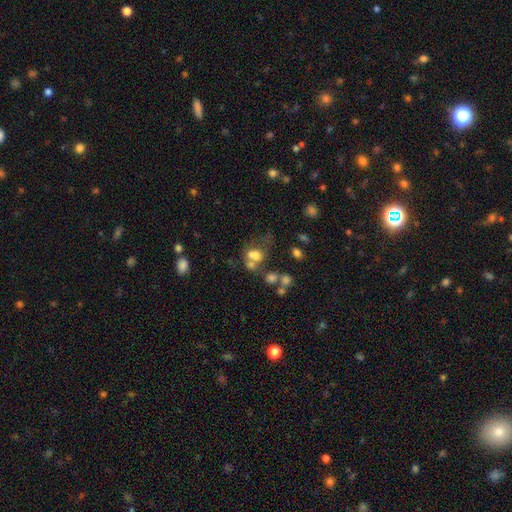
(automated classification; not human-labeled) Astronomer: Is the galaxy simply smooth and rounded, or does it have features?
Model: smooth — 58%.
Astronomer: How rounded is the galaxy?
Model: in between — 50% (runner-up: round, 49%).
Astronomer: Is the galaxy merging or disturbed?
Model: merger — 49% (runner-up: none, 27%).